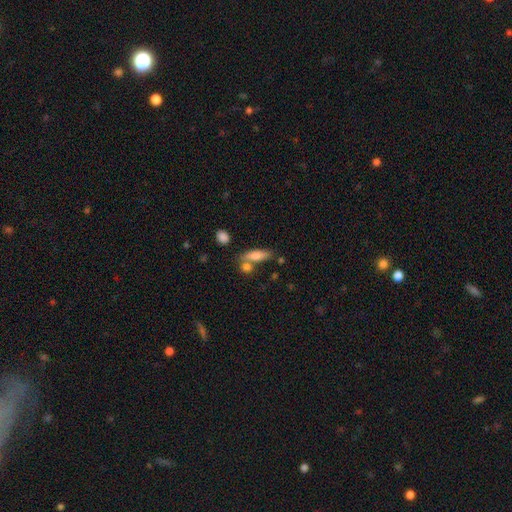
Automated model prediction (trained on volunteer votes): Q: Smooth or featured?
A: smooth (74%); runner-up: featured or disk (18%)
Q: How rounded?
A: cigar-shaped (49%); runner-up: in between (46%)
Q: Merging?
A: none (60%); runner-up: merger (22%)